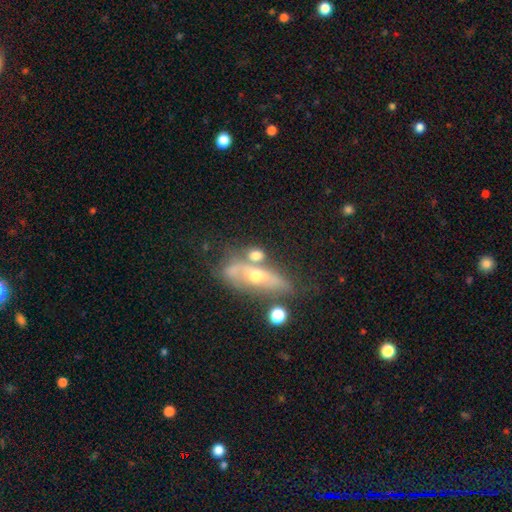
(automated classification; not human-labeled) smooth 53%, featured or disk 36%, star or artifact 11%. Down the decision tree: how rounded — in between (58%); merging — none (39%).